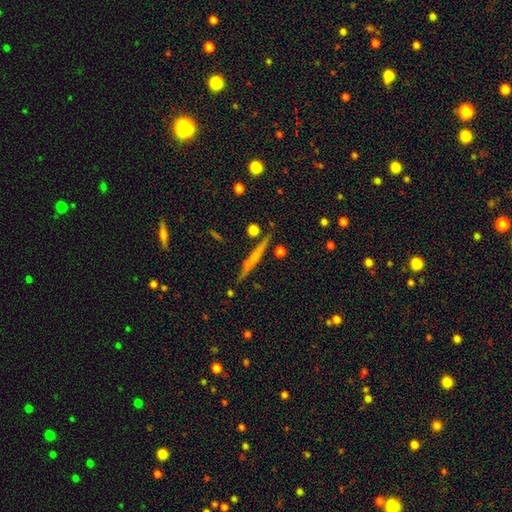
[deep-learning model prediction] This appears to be a featured or disk galaxy (53%) viewed edge-on (94%) with no central bulge (47%). Merging: none (79%).